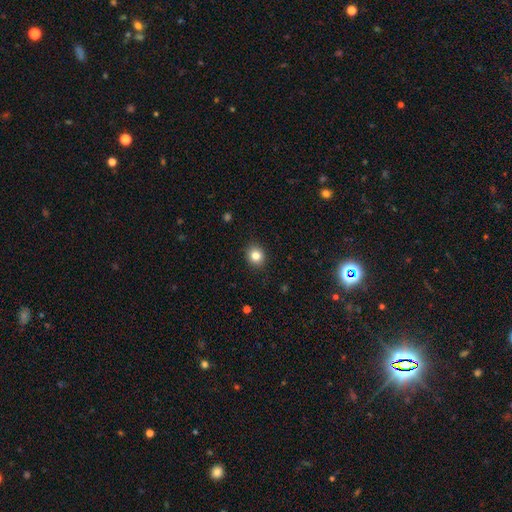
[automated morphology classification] A smooth galaxy with no disk features (83%) that is round (76%).

Vote fractions:
- Smooth or featured? smooth: 83% / star or artifact: 11% / featured or disk: 7%
- How rounded? round: 76% / in between: 23% / cigar-shaped: 1%
- Merging? none: 90% / minor disturbance: 7% / major disturbance: 2% / merger: 1%